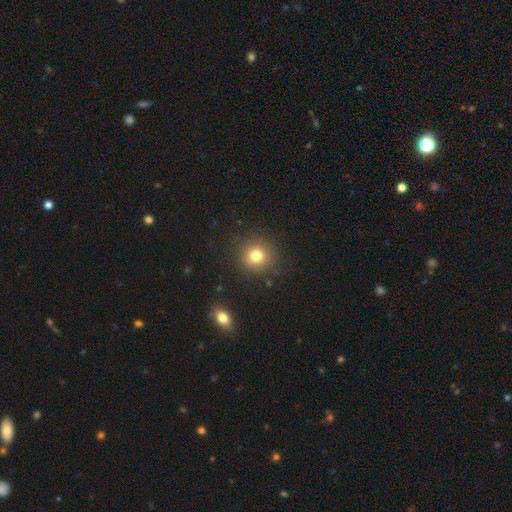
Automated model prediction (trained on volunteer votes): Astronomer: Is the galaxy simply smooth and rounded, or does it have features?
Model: smooth — 79%.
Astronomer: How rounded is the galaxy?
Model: round — 91%.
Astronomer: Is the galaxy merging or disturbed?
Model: none — 89%.